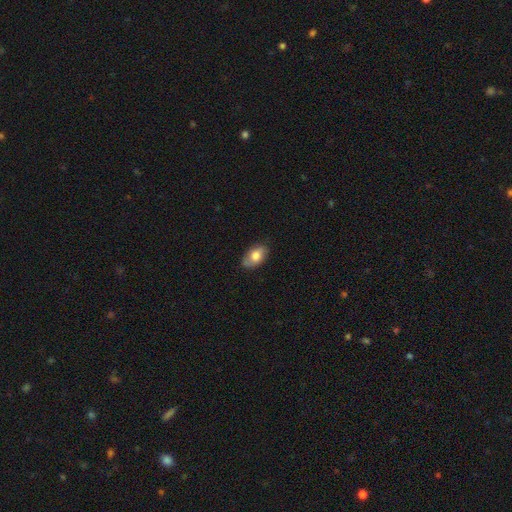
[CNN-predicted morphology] smooth-or-featured: smooth: 72% | featured or disk: 21% | star or artifact: 7%
  how-rounded: in between: 91% | round: 7% | cigar-shaped: 2%
  merging: none: 79% | minor disturbance: 17% | major disturbance: 3% | merger: 1%